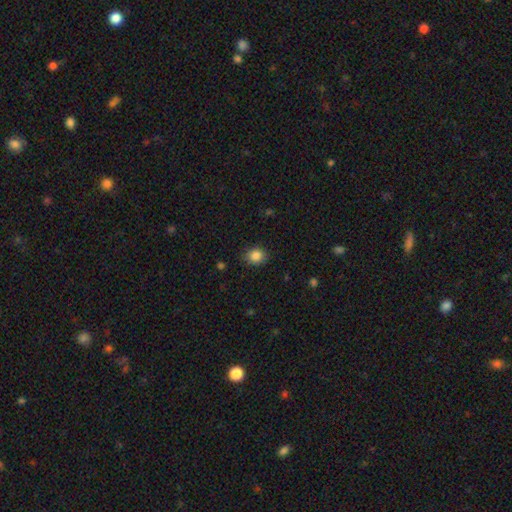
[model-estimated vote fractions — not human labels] Q: Smooth or featured?
A: smooth (86%); runner-up: star or artifact (10%)
Q: How rounded?
A: round (63%); runner-up: in between (36%)
Q: Merging?
A: none (86%); runner-up: minor disturbance (10%)